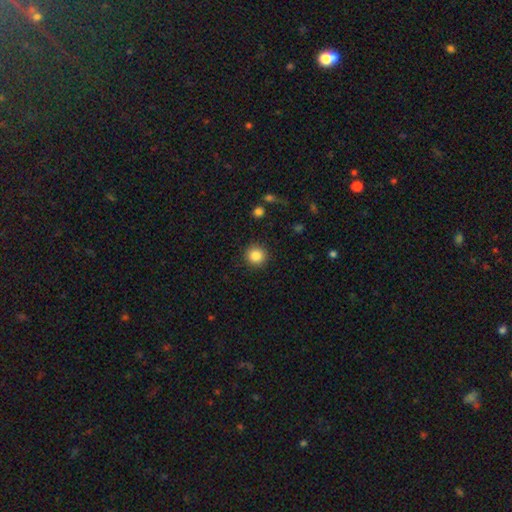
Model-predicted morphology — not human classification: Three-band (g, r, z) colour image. It shows a smooth galaxy with no disk features (85%) that is round (94%). Merging: none (92%).